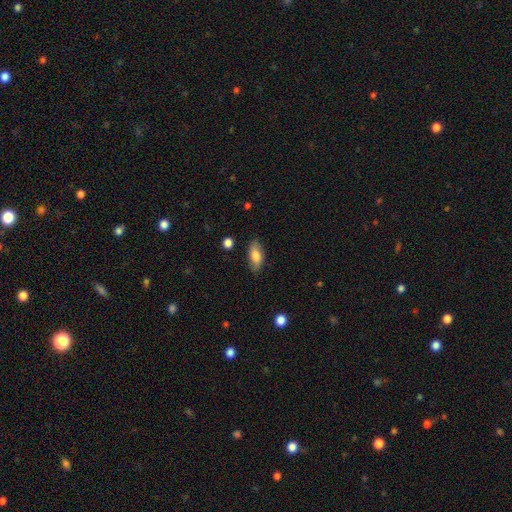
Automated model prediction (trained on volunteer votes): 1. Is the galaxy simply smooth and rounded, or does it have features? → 72% smooth, 20% featured or disk, 7% star or artifact.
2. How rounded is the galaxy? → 84% in between, 12% cigar-shaped, 4% round.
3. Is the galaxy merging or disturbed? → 81% none, 15% minor disturbance, 3% major disturbance, 2% merger.